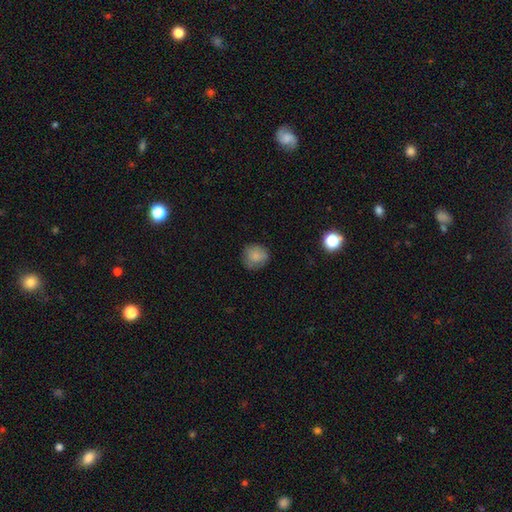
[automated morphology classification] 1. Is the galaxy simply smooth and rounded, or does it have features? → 82% smooth, 9% featured or disk, 9% star or artifact.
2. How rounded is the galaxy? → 87% round, 12% in between, 1% cigar-shaped.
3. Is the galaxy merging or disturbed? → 77% none, 17% minor disturbance, 4% major disturbance, 1% merger.